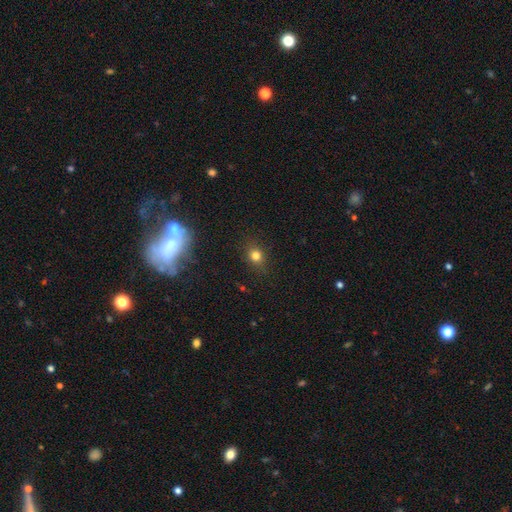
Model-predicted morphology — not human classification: smooth-or-featured: smooth: 77% | star or artifact: 16% | featured or disk: 7%
  how-rounded: round: 68% | in between: 31% | cigar-shaped: 2%
  merging: none: 86% | minor disturbance: 10% | major disturbance: 3% | merger: 1%